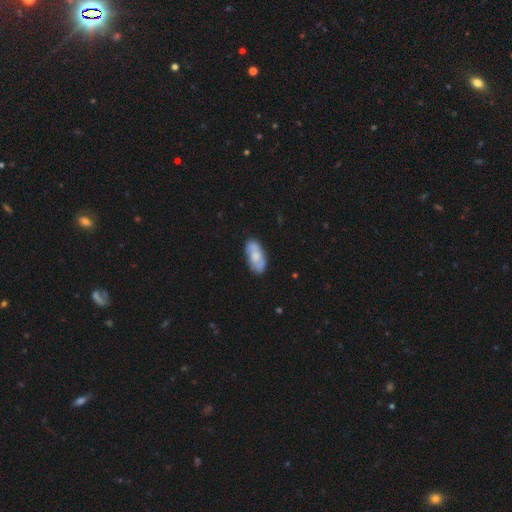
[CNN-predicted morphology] Smooth or featured: smooth — 56% (featured or disk — 38%)
How rounded: in between — 89% (cigar-shaped — 9%)
Merging: none — 78% (minor disturbance — 16%)